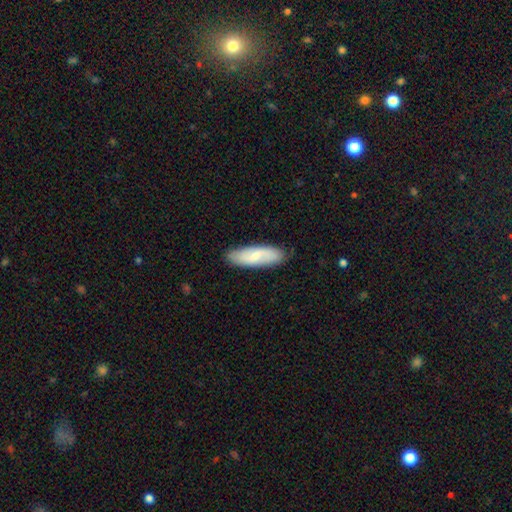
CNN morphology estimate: Smooth or featured?
  - smooth: 56% *
  - featured or disk: 39%
  - star or artifact: 5%
How rounded?
  - in between: 60% *
  - cigar-shaped: 38%
  - round: 2%
Merging?
  - none: 85% *
  - minor disturbance: 12%
  - major disturbance: 2%
  - merger: 1%